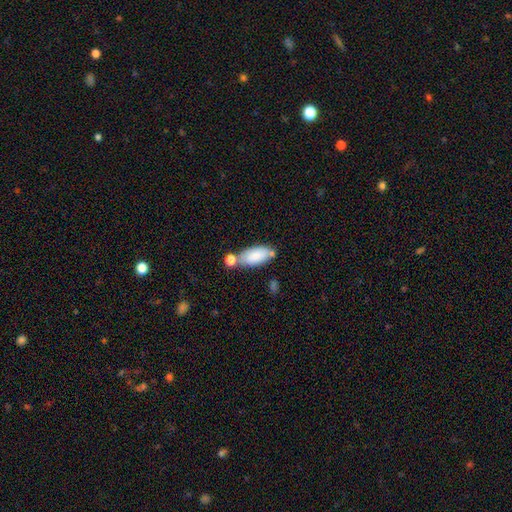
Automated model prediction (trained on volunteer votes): A smooth galaxy with no disk features (82%) that is in between round and cigar-shaped (87%).

Vote fractions:
- Smooth or featured? smooth: 82% / featured or disk: 11% / star or artifact: 7%
- How rounded? in between: 87% / cigar-shaped: 11% / round: 2%
- Merging? none: 58% / merger: 20% / minor disturbance: 17% / major disturbance: 5%